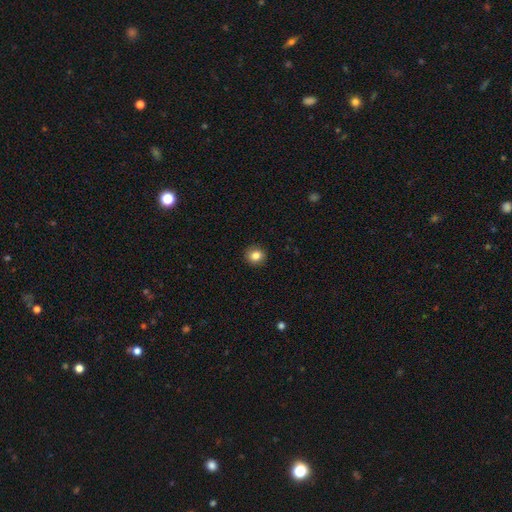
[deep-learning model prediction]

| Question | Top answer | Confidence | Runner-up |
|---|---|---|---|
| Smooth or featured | smooth | 85% | star or artifact (10%) |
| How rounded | round | 83% | in between (16%) |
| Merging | none | 91% | minor disturbance (6%) |